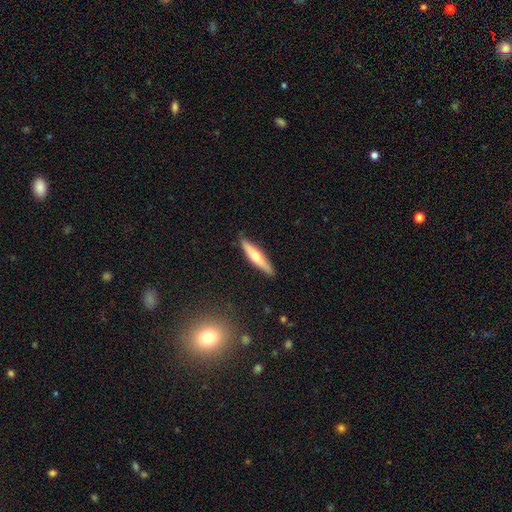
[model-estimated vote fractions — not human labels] Q: Smooth or featured?
A: smooth (47%); tied with: featured or disk (47%)
Q: Merging?
A: none (89%); runner-up: minor disturbance (9%)